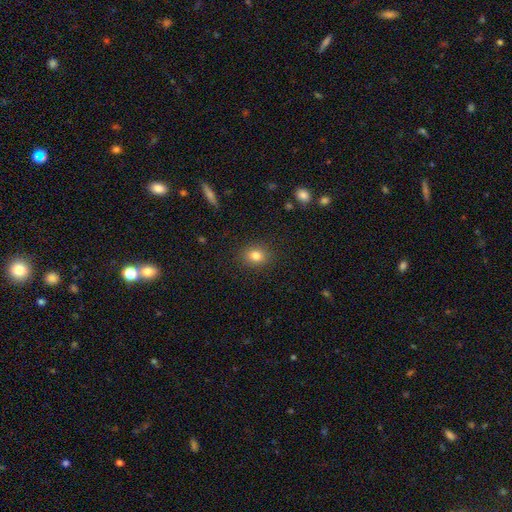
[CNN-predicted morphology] Smooth or featured: smooth — 81% (star or artifact — 11%)
How rounded: round — 60% (in between — 39%)
Merging: none — 88% (minor disturbance — 8%)